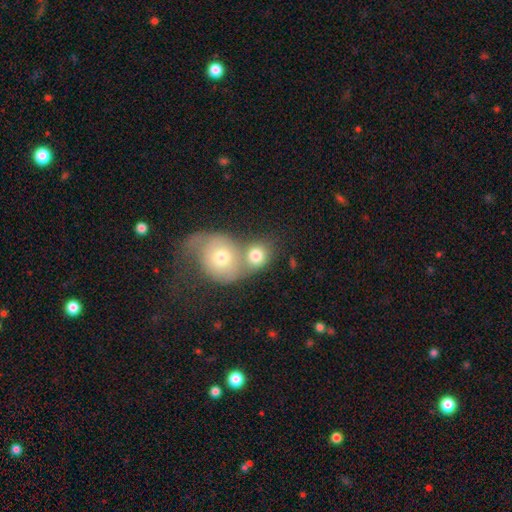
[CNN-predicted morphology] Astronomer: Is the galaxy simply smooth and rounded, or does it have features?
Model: smooth — 73%.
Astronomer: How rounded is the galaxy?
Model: round — 72%.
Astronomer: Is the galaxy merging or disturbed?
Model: merger — 60%.